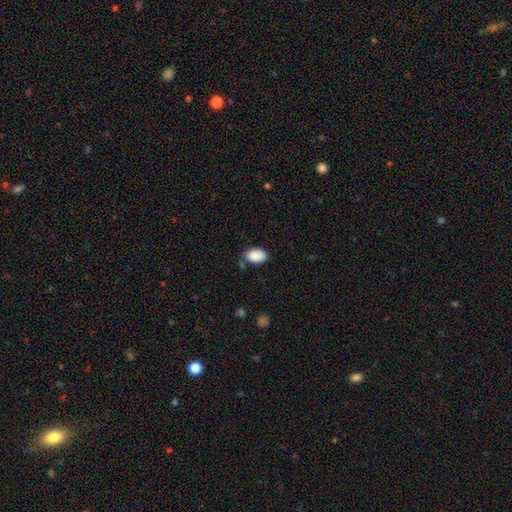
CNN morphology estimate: The model was most divided on "merging": none: 70%, minor disturbance: 21%, major disturbance: 5%, merger: 4%. More confident: how rounded — in between (91%); smooth or featured — smooth (89%).